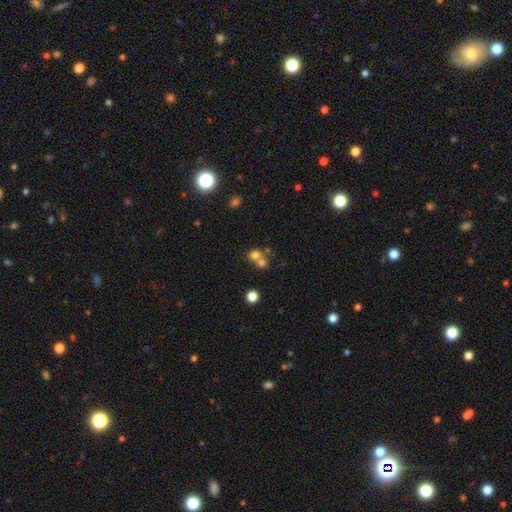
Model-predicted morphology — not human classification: Smooth or featured: smooth — 68% (star or artifact — 18%)
How rounded: round — 74% (in between — 25%)
Merging: merger — 56% (none — 35%)